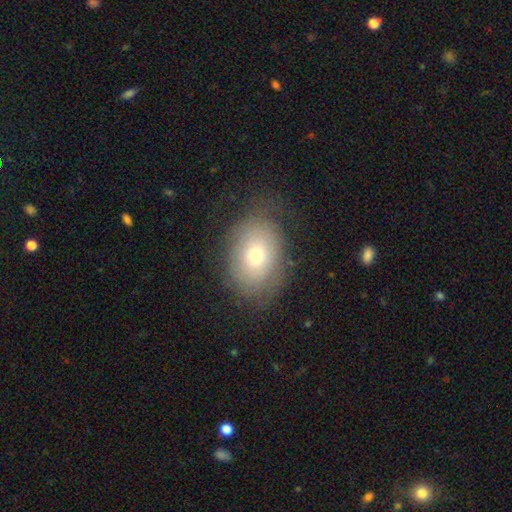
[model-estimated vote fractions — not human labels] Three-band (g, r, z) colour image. It shows a smooth galaxy with no disk features (66%) that is in between round and cigar-shaped (71%). Merging: none (70%).